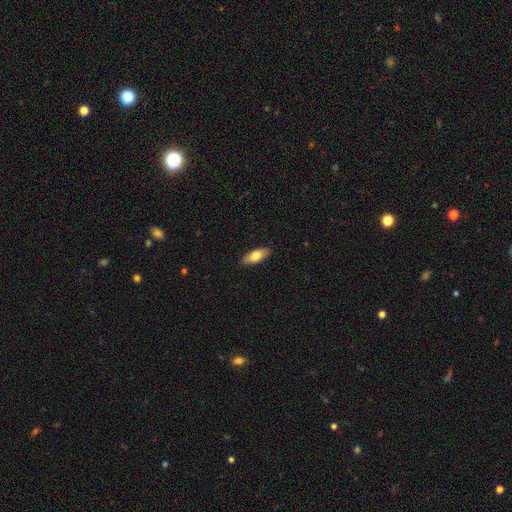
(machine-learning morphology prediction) Smooth or featured: smooth — 75% (featured or disk — 20%)
How rounded: in between — 74% (cigar-shaped — 24%)
Merging: none — 89% (minor disturbance — 8%)